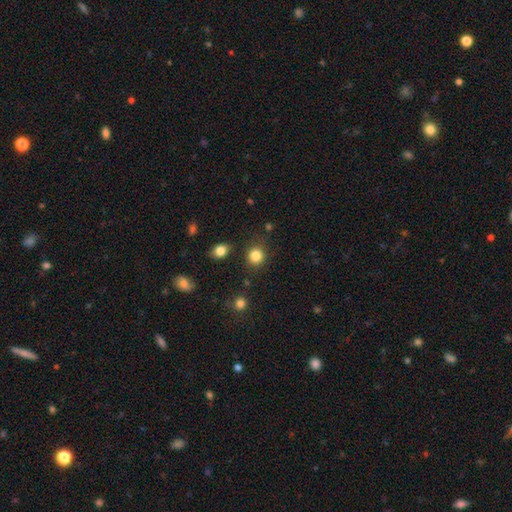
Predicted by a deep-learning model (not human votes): Smooth or featured: smooth — 84% (star or artifact — 11%)
How rounded: round — 86% (in between — 13%)
Merging: none — 82% (minor disturbance — 11%)